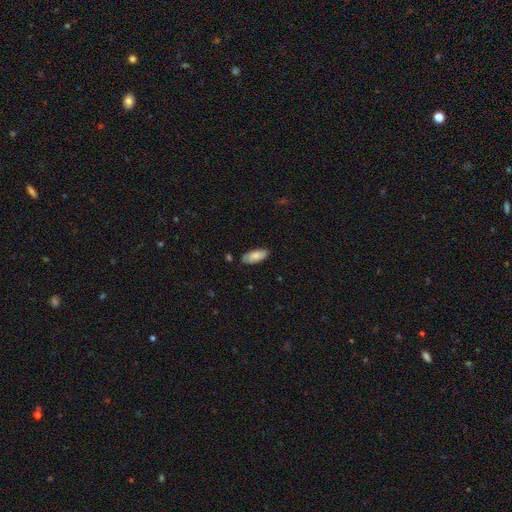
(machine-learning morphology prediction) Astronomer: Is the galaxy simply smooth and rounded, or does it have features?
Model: smooth — 81%.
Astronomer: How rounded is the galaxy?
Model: in between — 87%.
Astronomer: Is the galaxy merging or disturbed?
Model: none — 79%.